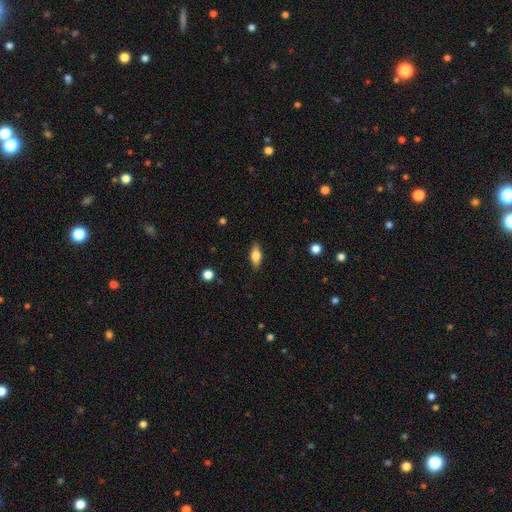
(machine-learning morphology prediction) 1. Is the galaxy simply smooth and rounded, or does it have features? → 65% smooth, 28% featured or disk, 7% star or artifact.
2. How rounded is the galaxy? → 77% in between, 18% cigar-shaped, 4% round.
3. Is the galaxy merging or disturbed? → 86% none, 10% minor disturbance, 2% major disturbance, 1% merger.